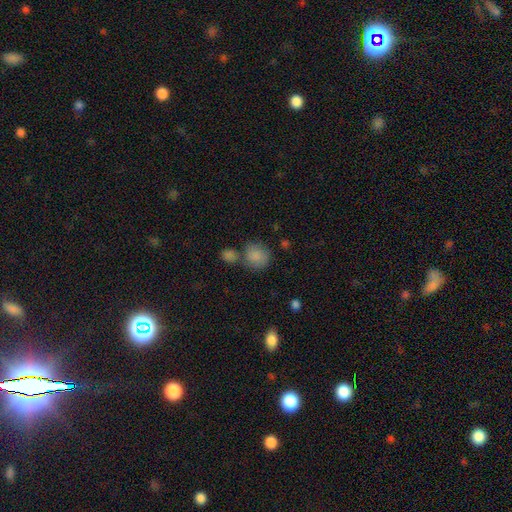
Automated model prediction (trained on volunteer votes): Smooth or featured? smooth (84%)
How rounded? round (79%)
Merging? none (49%)